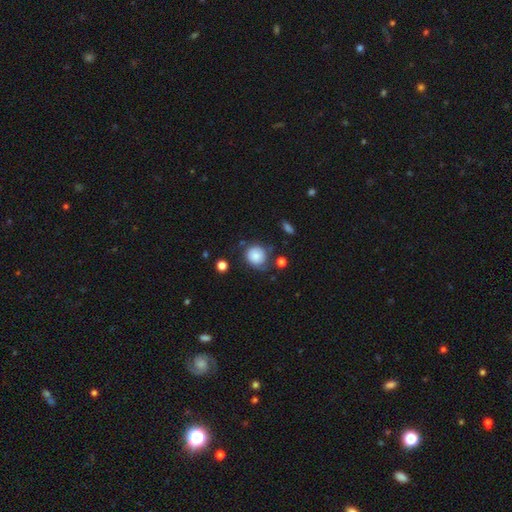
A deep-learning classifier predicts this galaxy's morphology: Smooth or featured: smooth — 78% (featured or disk — 13%)
How rounded: round — 80% (in between — 19%)
Merging: none — 58% (minor disturbance — 27%)